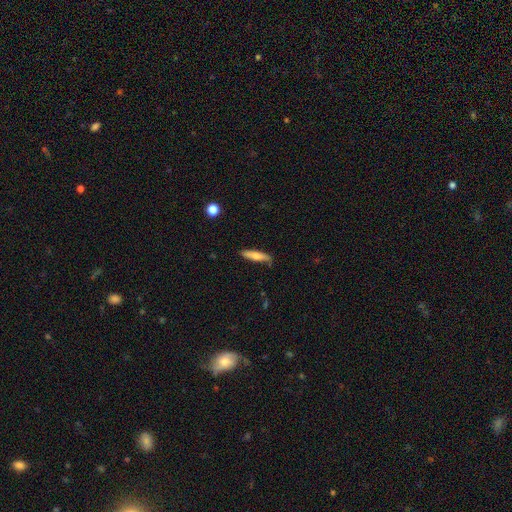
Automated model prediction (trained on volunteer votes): smooth_or_featured: smooth (p=0.68) [alt: featured or disk p=0.26]
how_rounded: cigar-shaped (p=0.82) [alt: in between p=0.16]
merging: none (p=0.82) [alt: minor disturbance p=0.14]